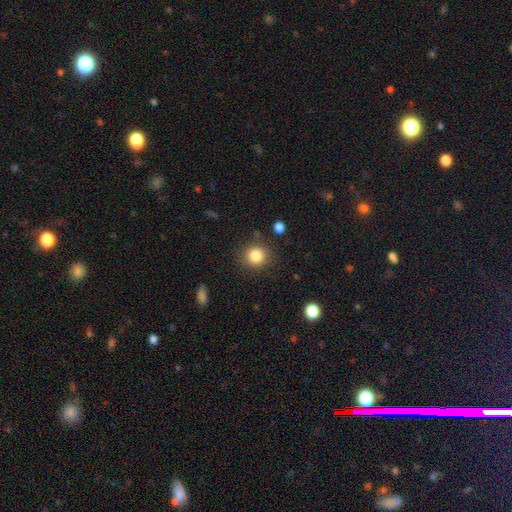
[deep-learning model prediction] Smooth or featured? smooth (84%)
How rounded? round (87%)
Merging? none (85%)